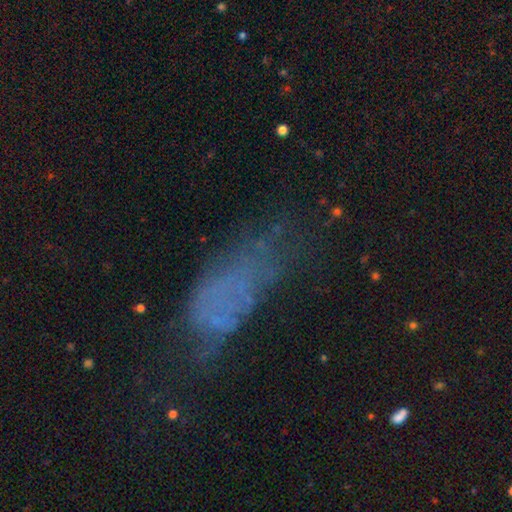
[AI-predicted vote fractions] This is marginally a smooth galaxy (41%). Merging: marginally none (36%).